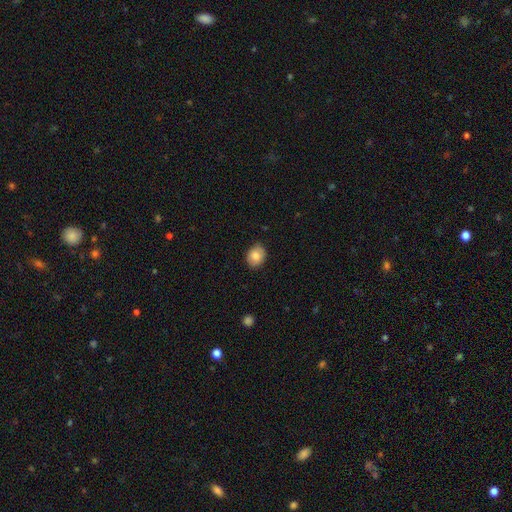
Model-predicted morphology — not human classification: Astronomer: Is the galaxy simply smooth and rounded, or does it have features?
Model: smooth — 84%.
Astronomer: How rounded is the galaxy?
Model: in between — 55% (runner-up: round, 44%).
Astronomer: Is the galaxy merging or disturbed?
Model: none — 85%.